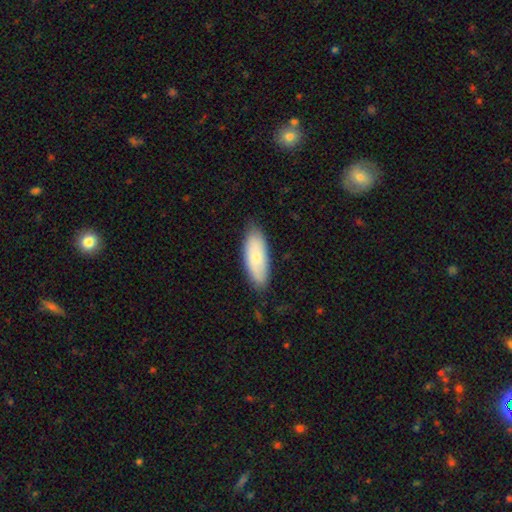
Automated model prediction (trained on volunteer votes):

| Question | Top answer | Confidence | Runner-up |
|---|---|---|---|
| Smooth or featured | smooth | 77% | featured or disk (18%) |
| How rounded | in between | 75% | cigar-shaped (23%) |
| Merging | none | 81% | minor disturbance (15%) |